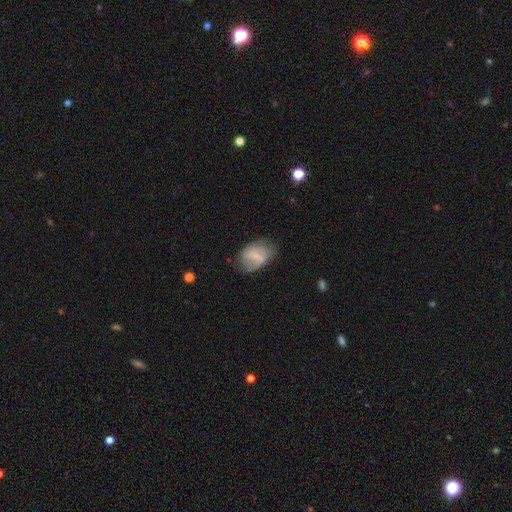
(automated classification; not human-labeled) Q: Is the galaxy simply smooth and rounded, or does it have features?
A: featured or disk — 55%.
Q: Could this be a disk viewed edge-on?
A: no — 97%.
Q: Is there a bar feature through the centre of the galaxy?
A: weak — 54%.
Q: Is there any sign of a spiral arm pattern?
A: yes — 77%.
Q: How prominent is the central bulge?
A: small — 60%.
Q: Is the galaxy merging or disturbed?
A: none — 58%.